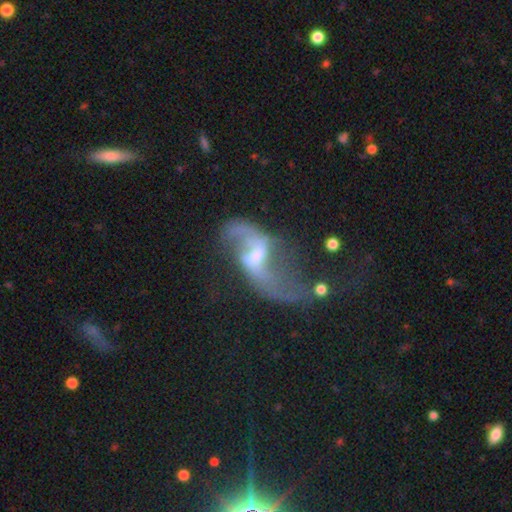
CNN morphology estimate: Smooth or featured? featured or disk (85%)
Edge-on disk? no (95%)
Bar? weak (49%)
Spiral arms? yes (92%)
Spiral winding? loose (82%)
Spiral arm count? 2 (89%)
Bulge size? small (47%)
Merging? none (44%)